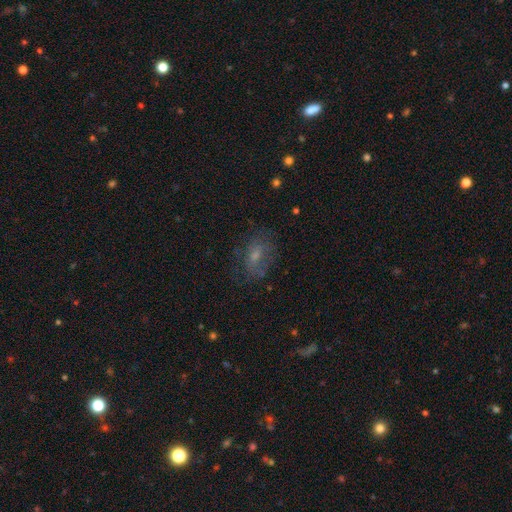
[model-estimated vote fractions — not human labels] Smooth or featured?
  - smooth: 49% *
  - featured or disk: 37%
  - star or artifact: 14%
Merging?
  - none: 61% *
  - minor disturbance: 22%
  - major disturbance: 15%
  - merger: 2%